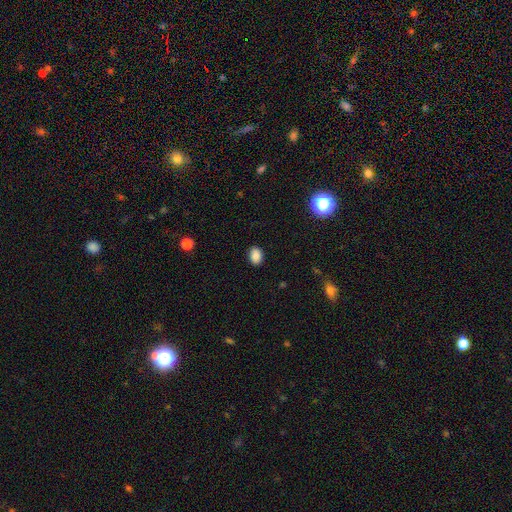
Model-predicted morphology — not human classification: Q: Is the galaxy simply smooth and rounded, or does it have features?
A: smooth — 86%.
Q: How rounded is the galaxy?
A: in between — 73%.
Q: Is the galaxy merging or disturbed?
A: none — 88%.